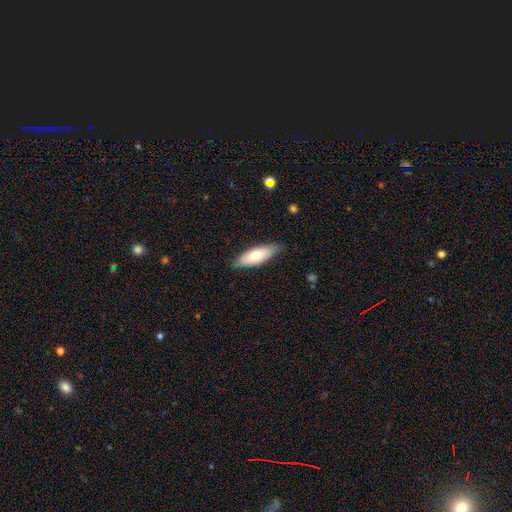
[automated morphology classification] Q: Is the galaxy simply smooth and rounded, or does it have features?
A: smooth — 70%.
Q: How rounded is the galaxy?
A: in between — 71%.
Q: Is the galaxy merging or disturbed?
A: none — 82%.